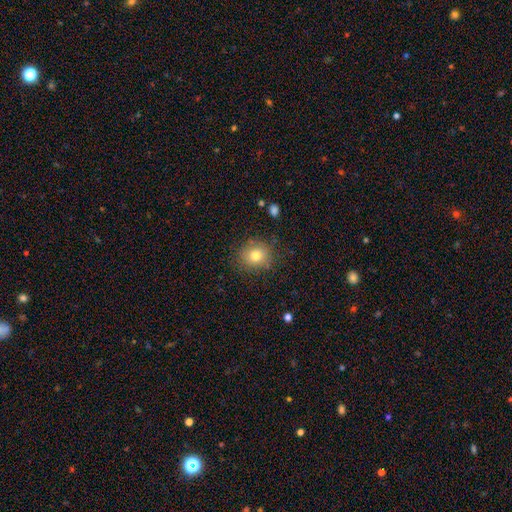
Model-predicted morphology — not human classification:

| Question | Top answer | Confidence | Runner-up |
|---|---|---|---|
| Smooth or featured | smooth | 77% | star or artifact (11%) |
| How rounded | round | 76% | in between (23%) |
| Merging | none | 83% | minor disturbance (11%) |